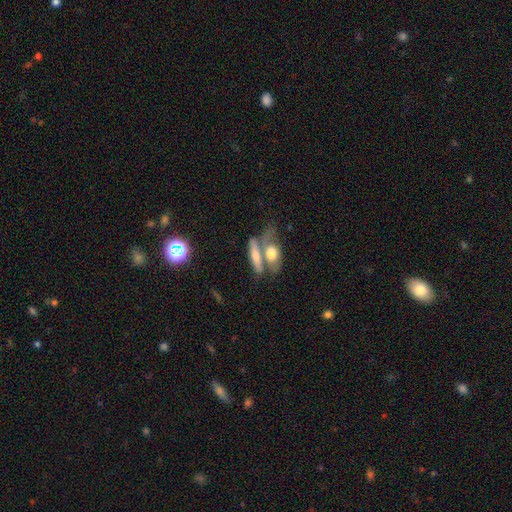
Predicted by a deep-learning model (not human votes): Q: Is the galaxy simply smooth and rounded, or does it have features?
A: smooth — 58%.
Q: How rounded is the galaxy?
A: cigar-shaped — 49%.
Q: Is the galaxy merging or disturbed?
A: merger — 41%.